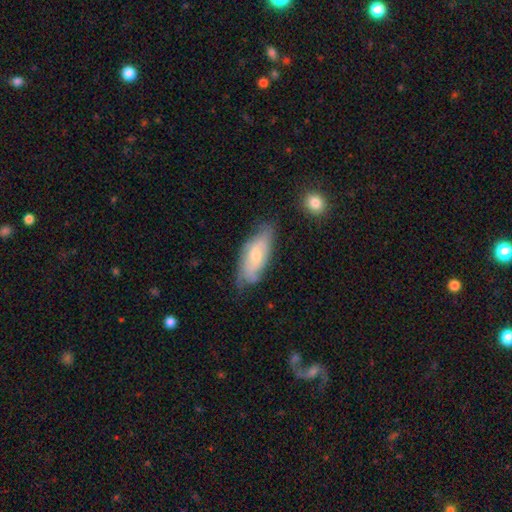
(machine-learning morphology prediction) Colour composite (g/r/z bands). It shows a smooth galaxy with no disk features (49%). Merging: none (60%).